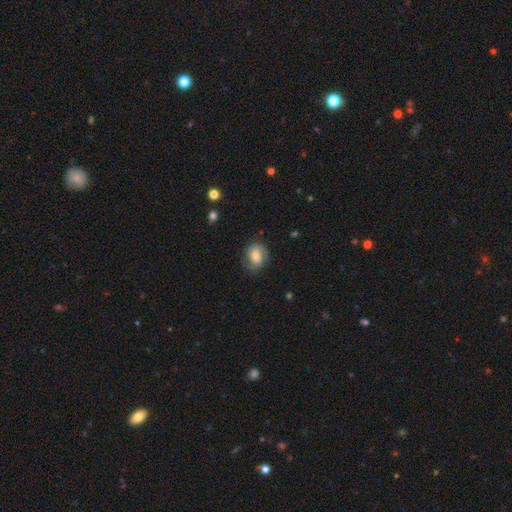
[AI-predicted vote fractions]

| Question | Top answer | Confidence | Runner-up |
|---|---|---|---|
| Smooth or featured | smooth | 48% | featured or disk (43%) |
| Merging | none | 72% | minor disturbance (19%) |